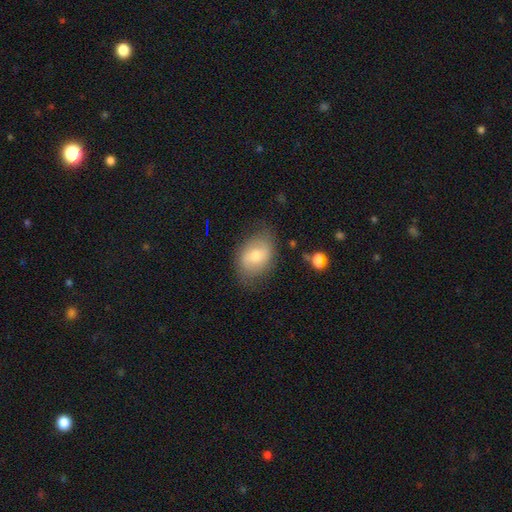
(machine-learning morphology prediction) The model was most divided on "smooth or featured": smooth: 64%, featured or disk: 29%, star or artifact: 7%. More confident: how rounded — in between (76%); merging — none (69%).